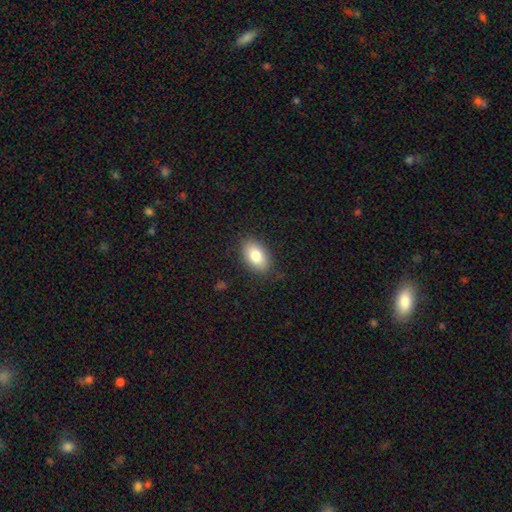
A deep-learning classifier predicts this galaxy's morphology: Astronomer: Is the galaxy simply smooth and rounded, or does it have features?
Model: smooth — 82%.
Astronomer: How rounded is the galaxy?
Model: in between — 90%.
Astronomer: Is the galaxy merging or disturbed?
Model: none — 85%.